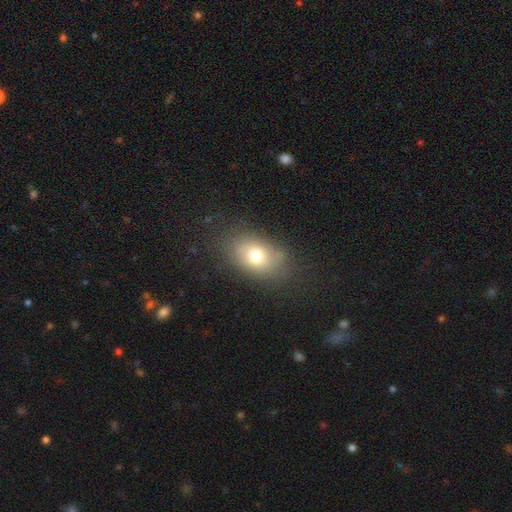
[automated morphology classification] smooth_or_featured: smooth (p=0.73) [alt: featured or disk p=0.15]
how_rounded: in between (p=0.78) [alt: round p=0.20]
merging: none (p=0.79) [alt: minor disturbance p=0.14]